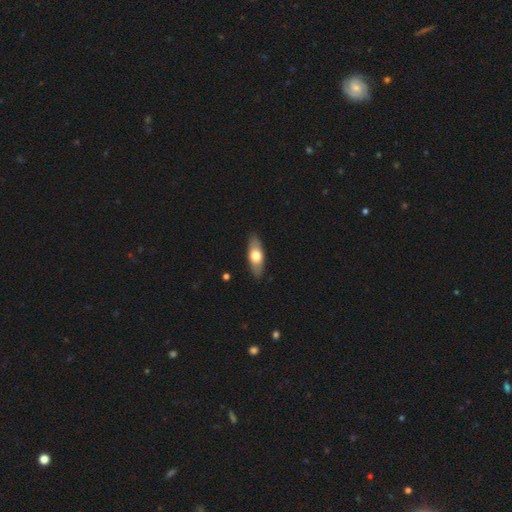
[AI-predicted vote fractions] smooth 62%, featured or disk 33%, star or artifact 5%. Down the decision tree: how rounded — in between (72%); merging — none (87%).